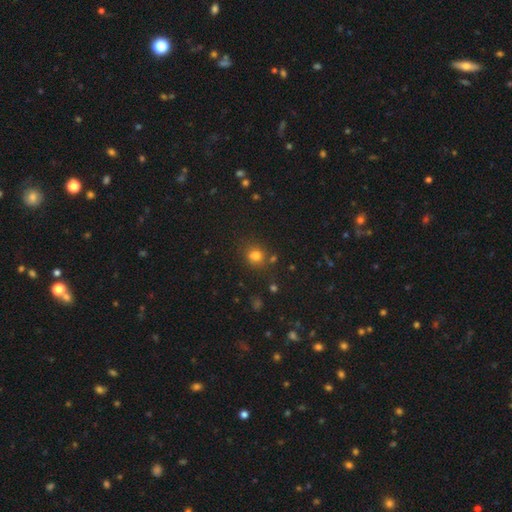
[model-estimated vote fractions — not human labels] Morphology: type=smooth (76%); roundness=round (73%); merging=none (71%).